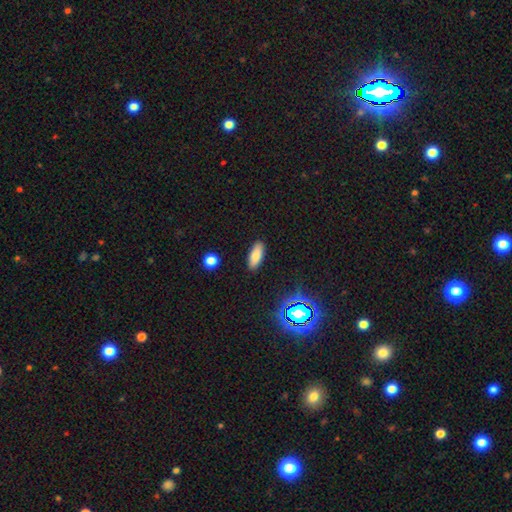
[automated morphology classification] A smooth galaxy with no disk features (82%) that is in between round and cigar-shaped (76%). Merging: none (89%).